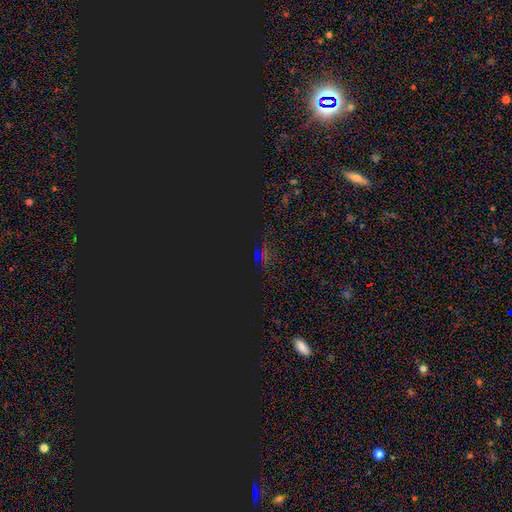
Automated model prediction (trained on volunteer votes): The model was most divided on "smooth or featured": star or artifact: 81%, smooth: 12%, featured or disk: 6%.